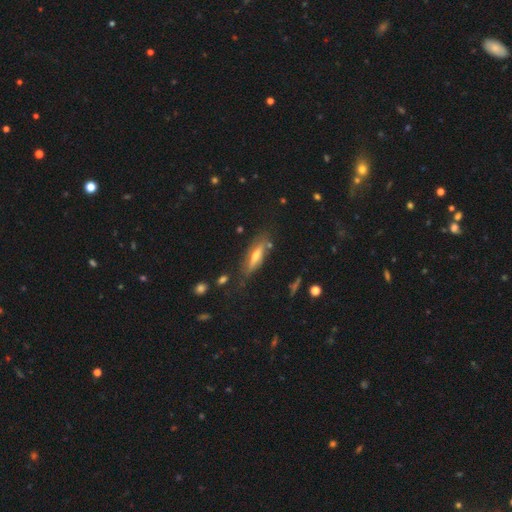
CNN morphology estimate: Overall: featured or disk (54%; smooth 39%). Edge-on disk: yes (80%). Merging: none (72%).